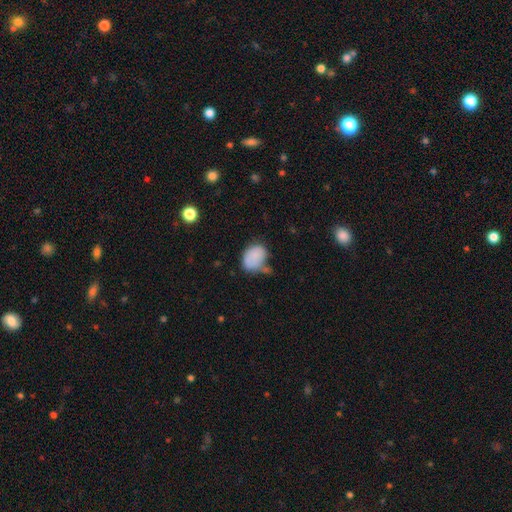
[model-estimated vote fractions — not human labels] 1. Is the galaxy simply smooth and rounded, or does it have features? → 82% smooth, 10% featured or disk, 8% star or artifact.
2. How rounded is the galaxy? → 70% in between, 29% round, 1% cigar-shaped.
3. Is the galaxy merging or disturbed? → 42% none, 31% minor disturbance, 14% merger, 14% major disturbance.